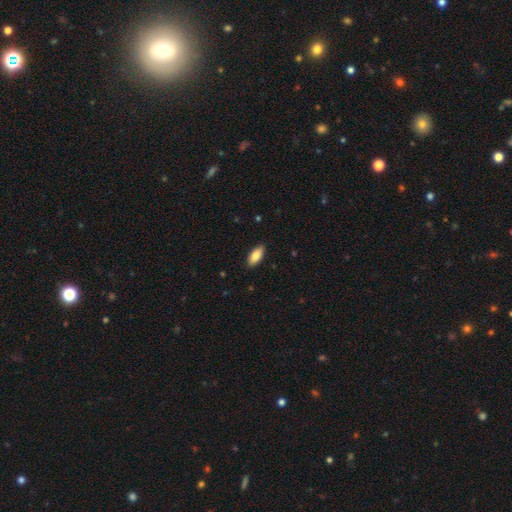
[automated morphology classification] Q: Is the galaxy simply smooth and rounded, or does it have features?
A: smooth — 87%.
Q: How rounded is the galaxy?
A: in between — 87%.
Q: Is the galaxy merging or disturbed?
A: none — 89%.